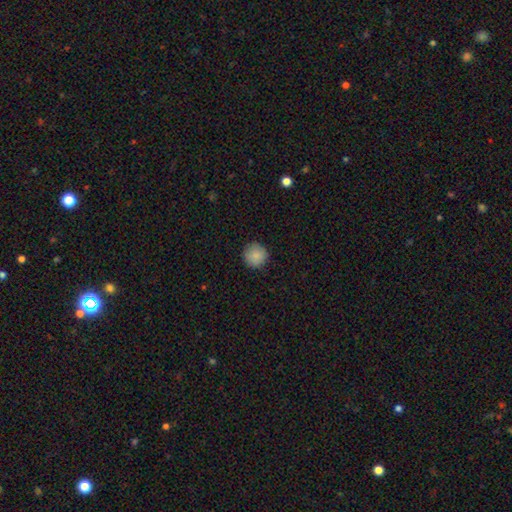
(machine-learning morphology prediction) Smooth or featured?
  - smooth: 87% *
  - star or artifact: 8%
  - featured or disk: 5%
How rounded?
  - round: 95% *
  - in between: 4%
  - cigar-shaped: 1%
Merging?
  - none: 90% *
  - minor disturbance: 7%
  - major disturbance: 2%
  - merger: 1%